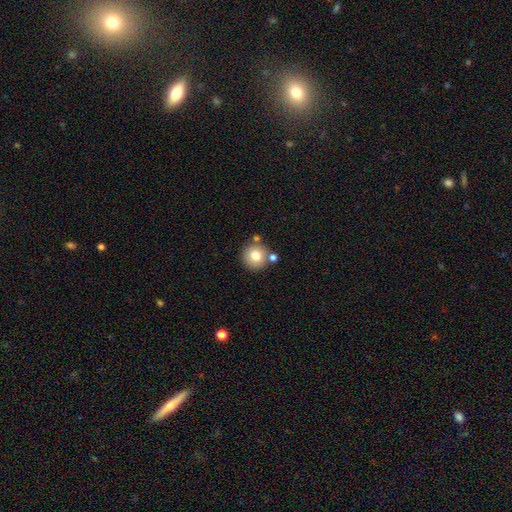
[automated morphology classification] A smooth galaxy with no disk features (77%) that is round (94%).

Vote fractions:
- Smooth or featured? smooth: 77% / featured or disk: 12% / star or artifact: 10%
- How rounded? round: 94% / in between: 5% / cigar-shaped: 1%
- Merging? none: 76% / merger: 12% / minor disturbance: 9% / major disturbance: 3%